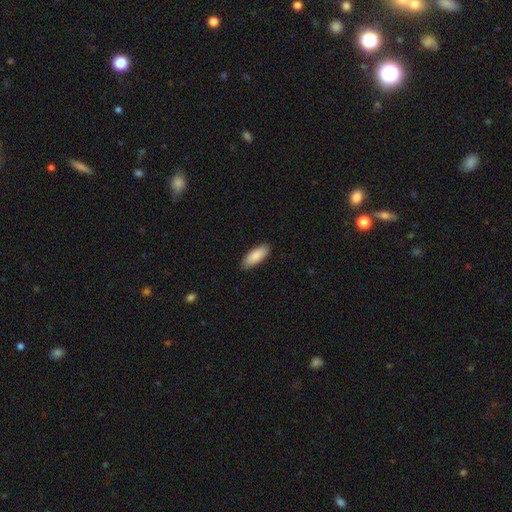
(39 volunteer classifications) smooth_or_featured: smooth (p=0.87) [alt: featured or disk p=0.08]
how_rounded: in between (p=0.74) [alt: cigar-shaped p=0.26]
merging: none (p=0.84) [alt: minor disturbance p=0.08]